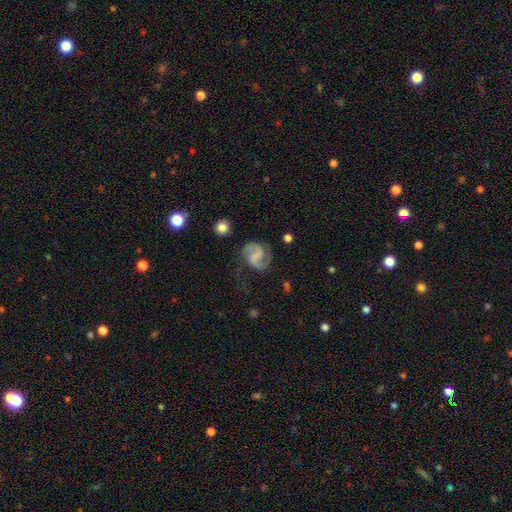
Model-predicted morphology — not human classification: Smooth or featured? Predicted: featured or disk (p=0.85). Edge-on disk? Predicted: no (p=0.98). Bar? Predicted: weak (p=0.47). Spiral arms? Predicted: yes (p=0.97). Spiral winding? Predicted: medium (p=0.55). Spiral arm count? Predicted: 2 (p=0.92). Bulge size? Predicted: none (p=0.59). Merging? Predicted: none (p=0.69).